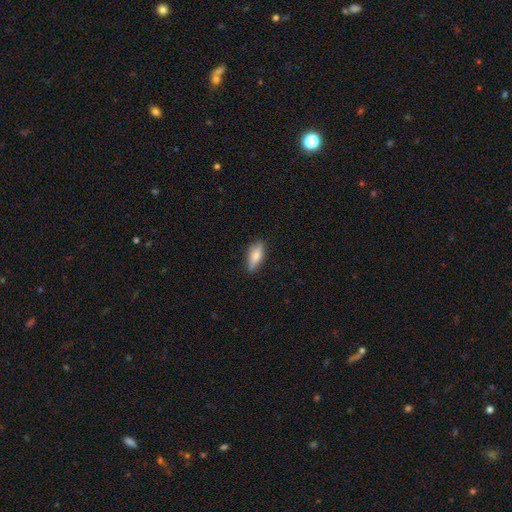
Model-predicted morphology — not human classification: Smooth or featured?
  - smooth: 75% *
  - featured or disk: 18%
  - star or artifact: 6%
How rounded?
  - in between: 68% *
  - cigar-shaped: 29%
  - round: 3%
Merging?
  - none: 81% *
  - minor disturbance: 15%
  - major disturbance: 2%
  - merger: 1%